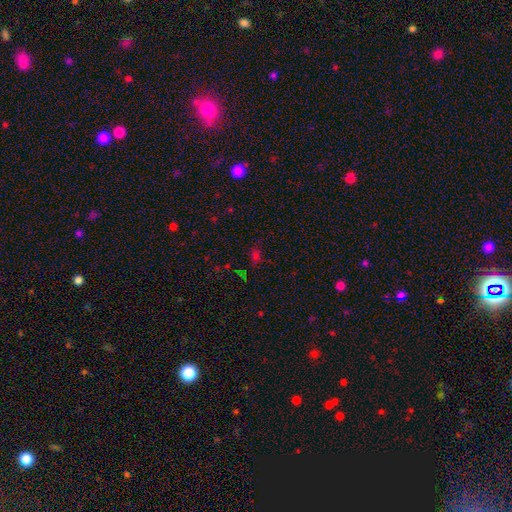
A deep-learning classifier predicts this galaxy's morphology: smooth 46%, star or artifact 45%, featured or disk 9%. Down the decision tree: merging — none (67%).